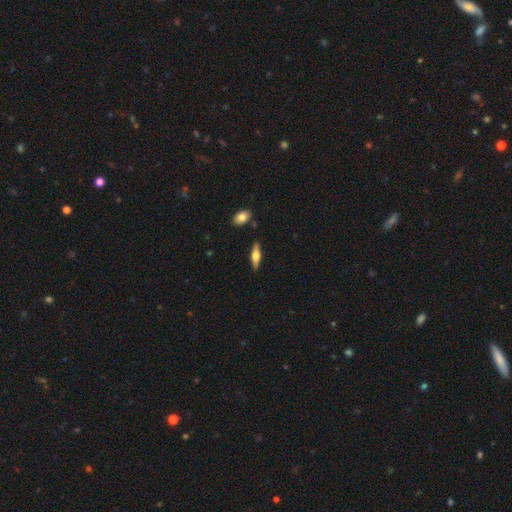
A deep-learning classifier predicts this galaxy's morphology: This is possibly a featured or disk galaxy (58%). It is clearly viewed edge-on (95%). Edge-on bulge: clearly rounded (92%). Merging: clearly none (86%).